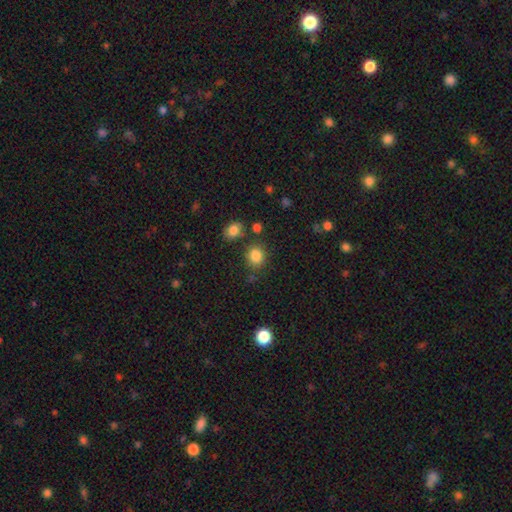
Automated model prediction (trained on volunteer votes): Smooth or featured? Predicted: smooth (p=0.84). How rounded? Predicted: round (p=0.71). Merging? Predicted: none (p=0.78).